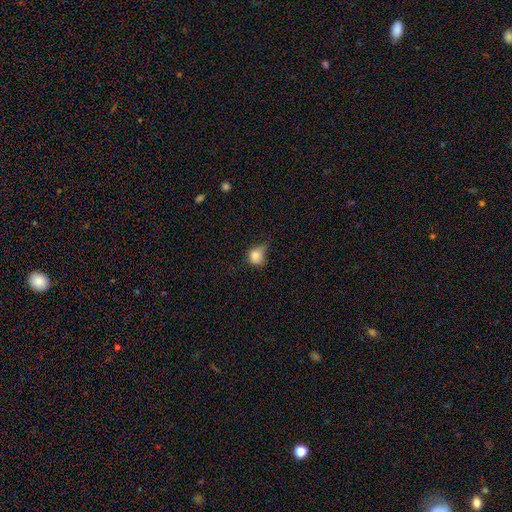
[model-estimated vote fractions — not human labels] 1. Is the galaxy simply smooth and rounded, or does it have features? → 79% smooth, 11% star or artifact, 10% featured or disk.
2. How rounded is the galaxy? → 67% round, 32% in between, 1% cigar-shaped.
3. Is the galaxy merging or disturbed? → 42% minor disturbance, 35% none, 21% major disturbance, 3% merger.